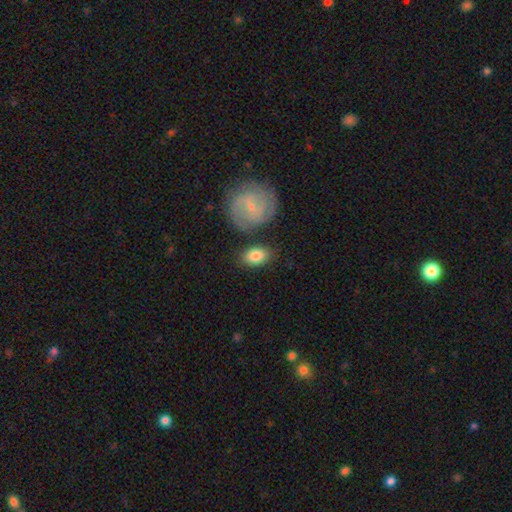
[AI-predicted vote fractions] A smooth galaxy with no disk features (82%) that is in between round and cigar-shaped (84%). Merging: none (75%).